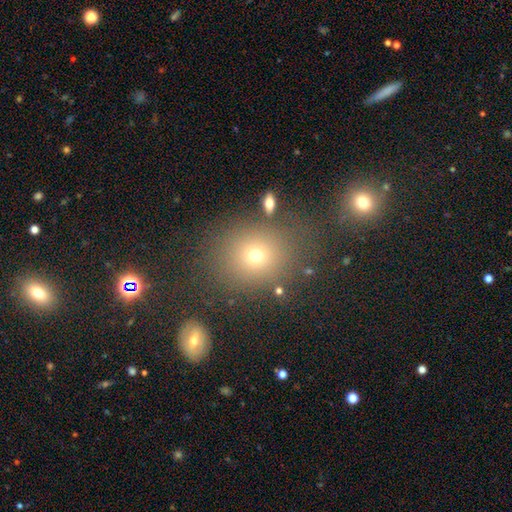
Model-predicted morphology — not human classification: smooth-or-featured: smooth: 70% | star or artifact: 18% | featured or disk: 12%
  how-rounded: round: 67% | in between: 32% | cigar-shaped: 1%
  merging: none: 75% | minor disturbance: 12% | major disturbance: 7% | merger: 6%